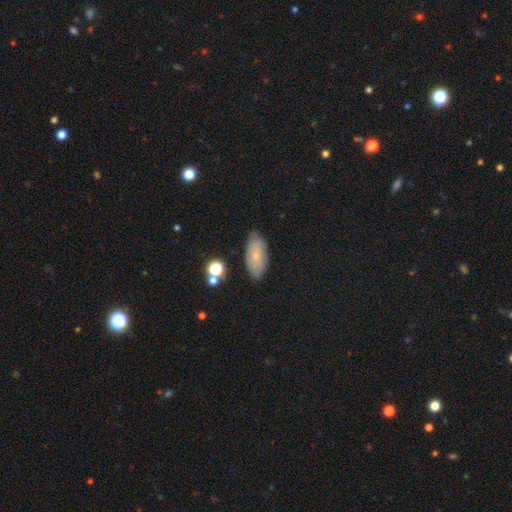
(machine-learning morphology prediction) This is likely a smooth galaxy (74%). How rounded: clearly in between (88%). Merging: clearly none (81%).